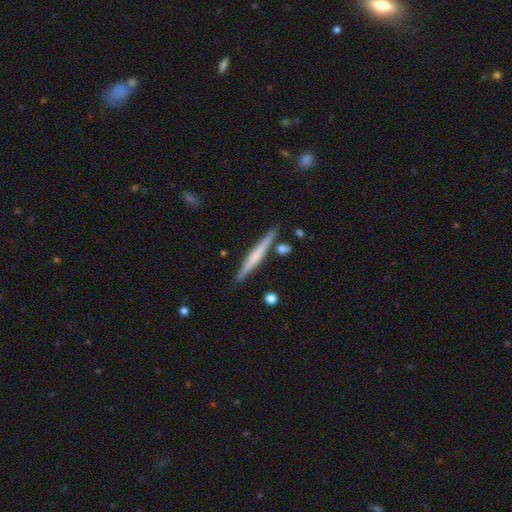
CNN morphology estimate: Smooth or featured? Predicted: featured or disk (p=0.57). Edge-on disk? Predicted: yes (p=0.98). Edge-on bulge? Predicted: none (p=0.45). Merging? Predicted: none (p=0.86).